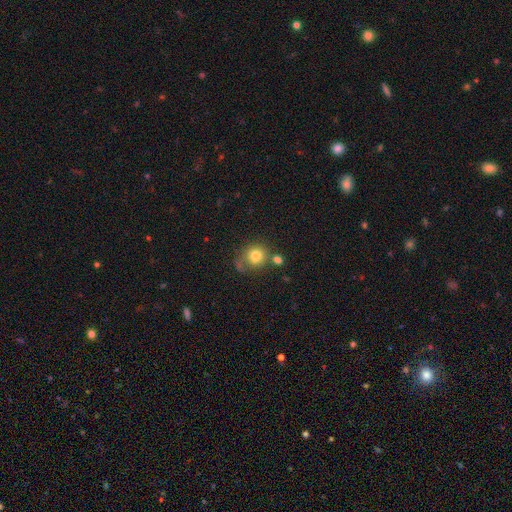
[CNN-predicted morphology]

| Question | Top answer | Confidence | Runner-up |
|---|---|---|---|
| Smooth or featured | smooth | 78% | star or artifact (11%) |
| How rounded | round | 81% | in between (18%) |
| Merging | none | 54% | minor disturbance (19%) |